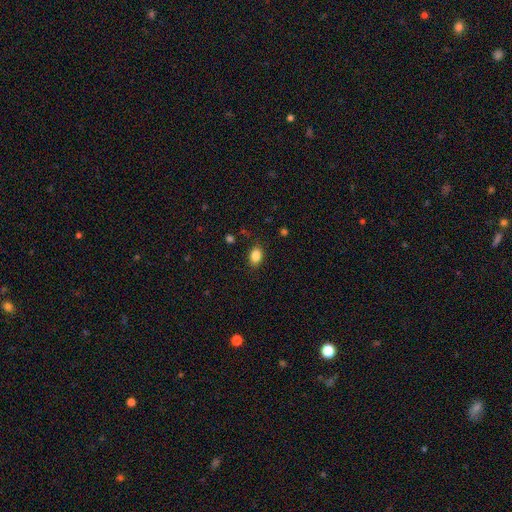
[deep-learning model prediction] A smooth galaxy with no disk features (86%) that is in between round and cigar-shaped (77%). Merging: none (84%).